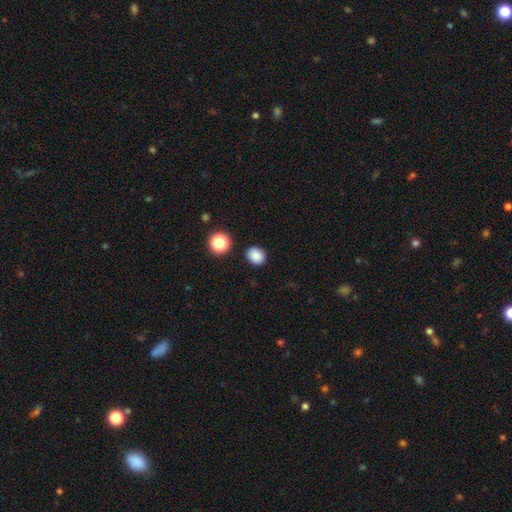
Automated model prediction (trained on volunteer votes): Morphology: type=smooth (85%); roundness=round (61%); merging=none (88%).